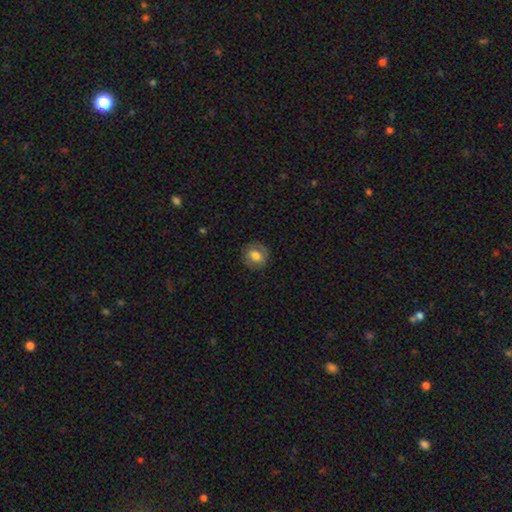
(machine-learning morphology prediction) Smooth or featured?
  - smooth: 68% *
  - featured or disk: 23%
  - star or artifact: 9%
How rounded?
  - round: 77% *
  - in between: 22%
  - cigar-shaped: 1%
Merging?
  - none: 83% *
  - minor disturbance: 12%
  - major disturbance: 4%
  - merger: 1%